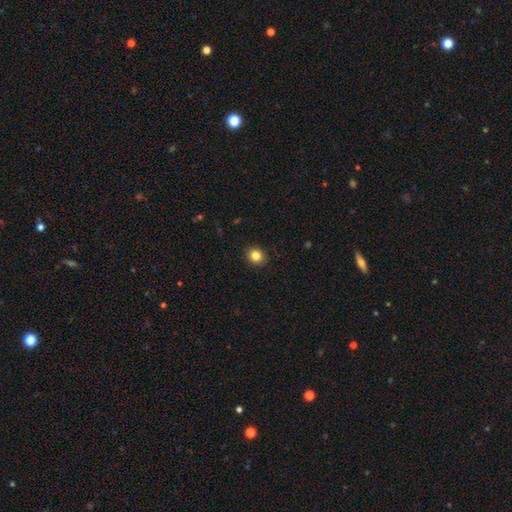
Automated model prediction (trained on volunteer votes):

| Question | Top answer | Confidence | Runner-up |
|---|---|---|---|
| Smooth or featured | smooth | 83% | star or artifact (11%) |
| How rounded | round | 77% | in between (22%) |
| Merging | none | 92% | minor disturbance (6%) |